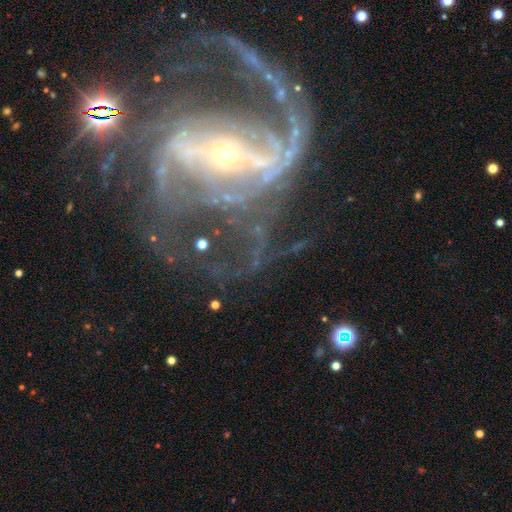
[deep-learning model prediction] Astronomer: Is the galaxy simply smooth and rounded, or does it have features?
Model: featured or disk — 89%.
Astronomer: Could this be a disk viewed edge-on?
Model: no — 97%.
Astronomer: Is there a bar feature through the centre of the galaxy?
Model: strong — 61%.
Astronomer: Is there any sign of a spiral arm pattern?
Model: yes — 94%.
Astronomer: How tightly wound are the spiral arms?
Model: medium — 47% (runner-up: loose, 30%).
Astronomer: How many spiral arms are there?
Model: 2 — 57%.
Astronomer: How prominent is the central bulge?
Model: small — 74%.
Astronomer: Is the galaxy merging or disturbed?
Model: none — 47% (runner-up: major disturbance, 33%).